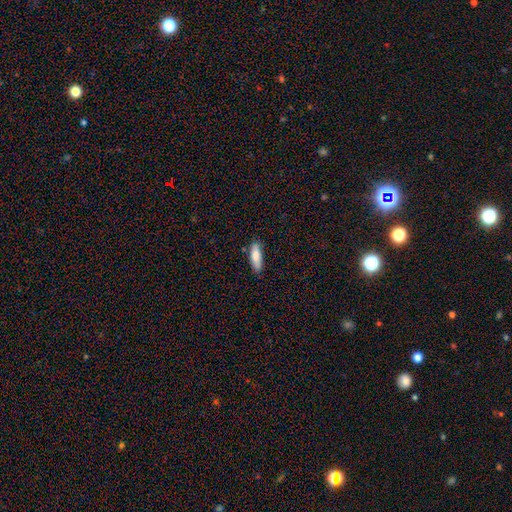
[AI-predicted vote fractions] smooth_or_featured: smooth (p=0.81) [alt: featured or disk p=0.13]
how_rounded: in between (p=0.50) [alt: cigar-shaped p=0.48]
merging: none (p=0.82) [alt: minor disturbance p=0.14]